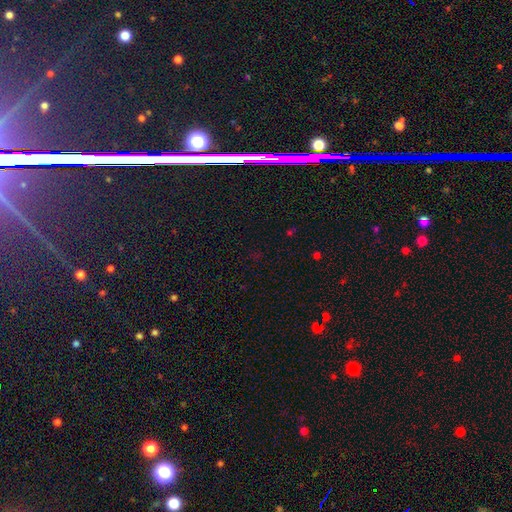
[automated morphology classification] Smooth or featured?
  - star or artifact: 68% *
  - smooth: 25%
  - featured or disk: 7%